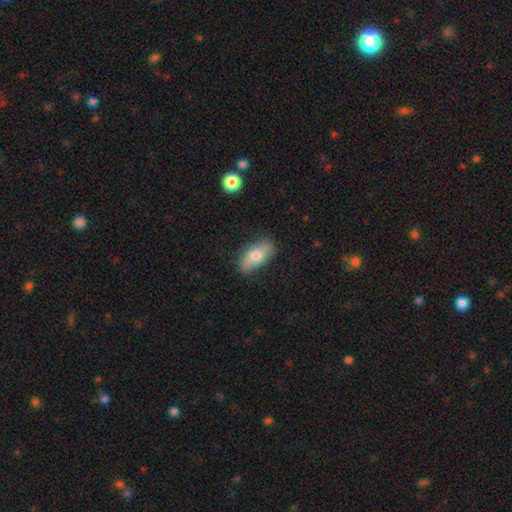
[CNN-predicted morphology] type=smooth (65%); roundness=in between (83%); merging=none (79%).